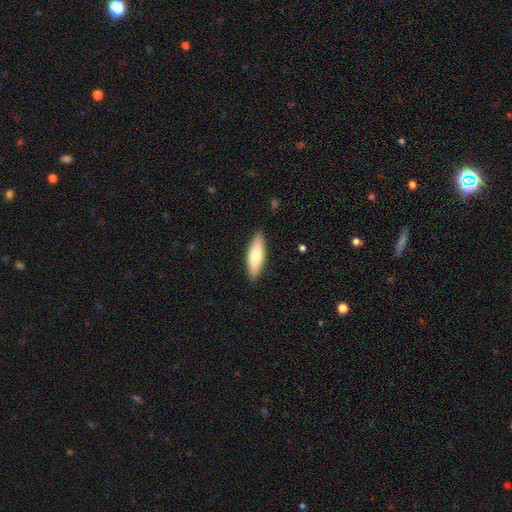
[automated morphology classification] Smooth or featured? Predicted: smooth (p=0.71). How rounded? Predicted: cigar-shaped (p=0.53). Merging? Predicted: none (p=0.88).